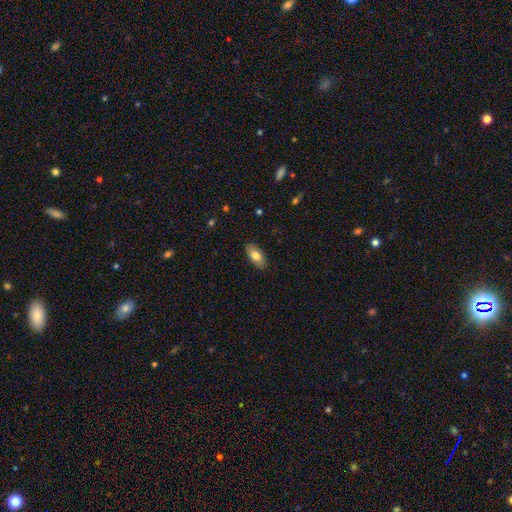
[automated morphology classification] Smooth or featured? smooth (77%)
How rounded? in between (90%)
Merging? none (88%)